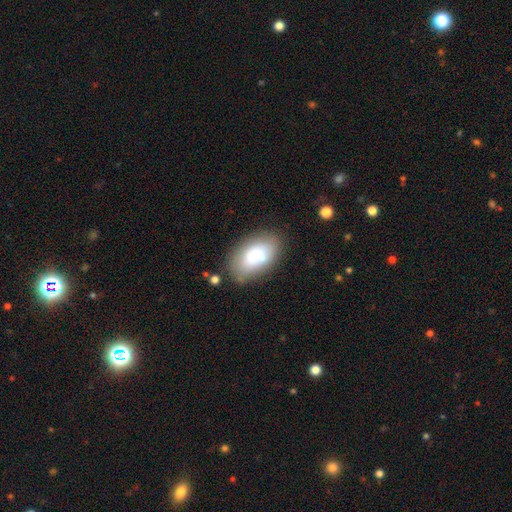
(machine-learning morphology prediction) The model was most divided on "merging": none: 66%, minor disturbance: 20%, major disturbance: 8%, merger: 6%. More confident: how rounded — in between (93%); smooth or featured — smooth (79%).